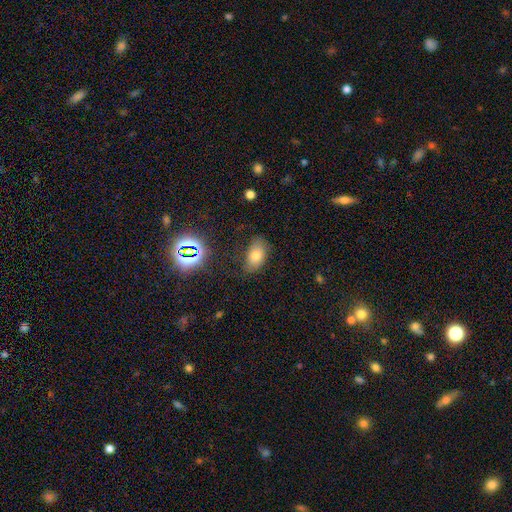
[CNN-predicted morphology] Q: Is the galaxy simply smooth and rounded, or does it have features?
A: smooth — 73%.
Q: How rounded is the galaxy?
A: in between — 90%.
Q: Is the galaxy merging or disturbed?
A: none — 73%.